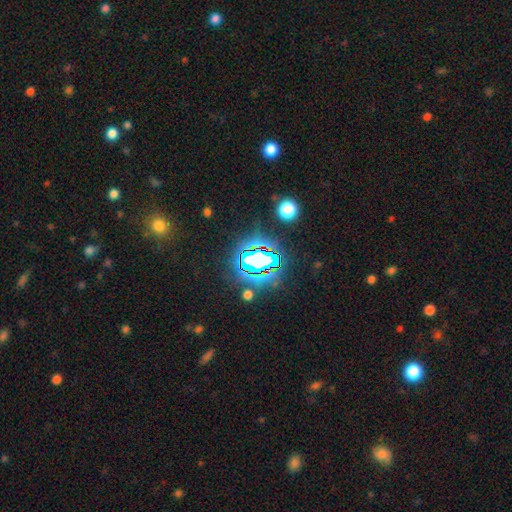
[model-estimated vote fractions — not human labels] Smooth or featured? star or artifact (72%)